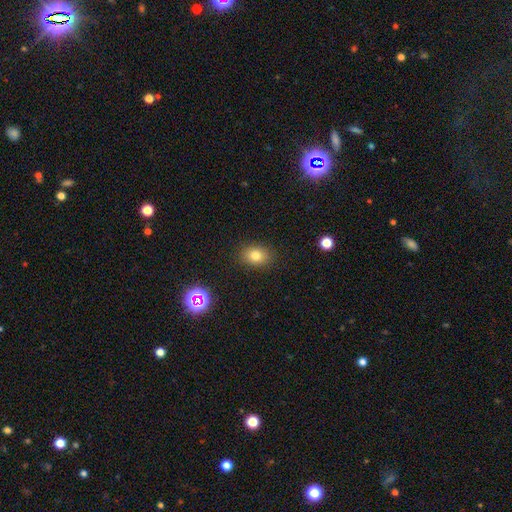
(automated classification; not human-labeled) This is likely a smooth galaxy (78%). How rounded: likely in between (61%). Merging: clearly none (87%).